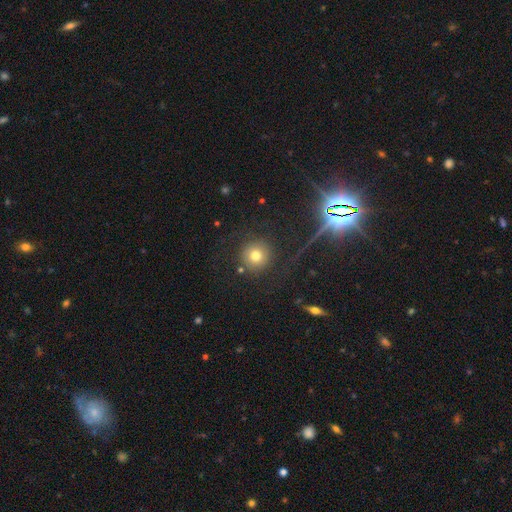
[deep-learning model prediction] Smooth or featured? smooth (72%)
How rounded? round (94%)
Merging? none (84%)